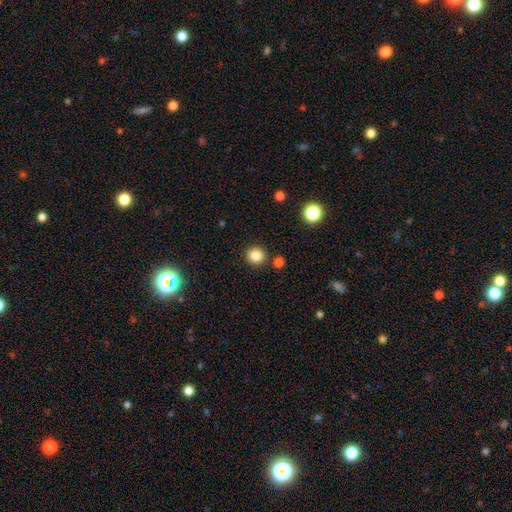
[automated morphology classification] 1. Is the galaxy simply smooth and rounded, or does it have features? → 84% smooth, 12% star or artifact, 5% featured or disk.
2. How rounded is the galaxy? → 91% round, 9% in between, 1% cigar-shaped.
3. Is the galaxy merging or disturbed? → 89% none, 6% minor disturbance, 3% merger, 2% major disturbance.